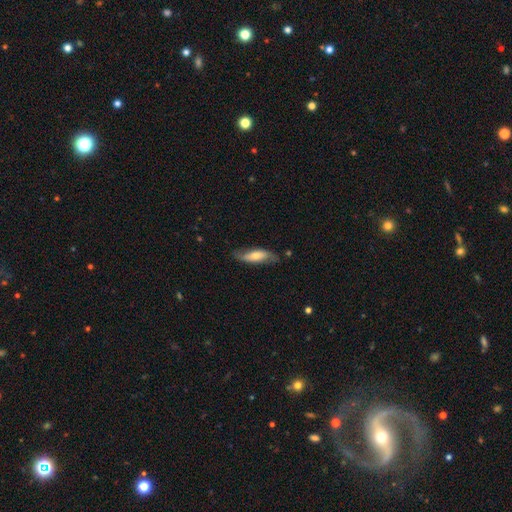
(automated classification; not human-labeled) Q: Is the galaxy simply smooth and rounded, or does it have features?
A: smooth — 49%.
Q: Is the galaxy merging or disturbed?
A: none — 70%.